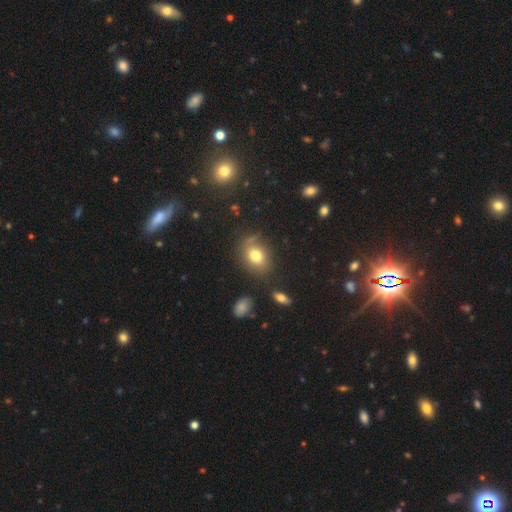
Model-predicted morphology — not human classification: This is likely a smooth galaxy (76%). How rounded: possibly in between (55%). Merging: likely none (70%).